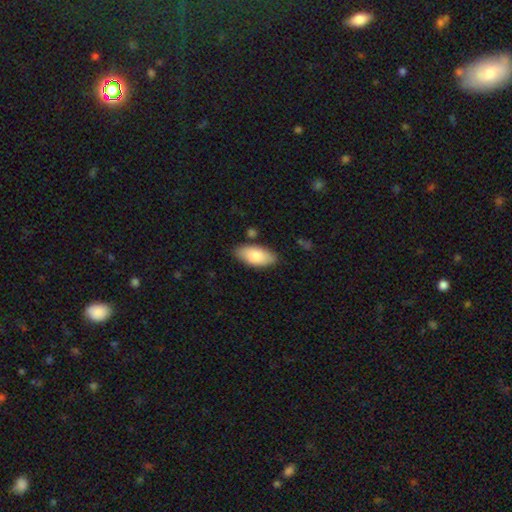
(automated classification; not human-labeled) smooth 83%, featured or disk 11%, star or artifact 6%. Down the decision tree: how rounded — in between (92%); merging — none (80%).